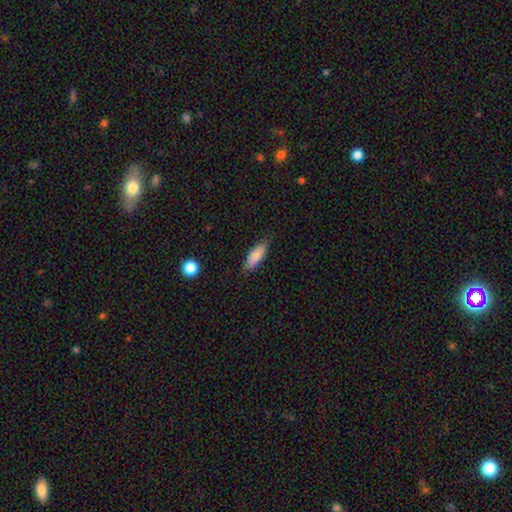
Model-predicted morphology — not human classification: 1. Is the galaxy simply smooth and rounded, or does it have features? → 82% smooth, 11% featured or disk, 6% star or artifact.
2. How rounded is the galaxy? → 69% in between, 29% cigar-shaped, 2% round.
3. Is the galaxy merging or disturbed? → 79% none, 16% minor disturbance, 3% major disturbance, 1% merger.